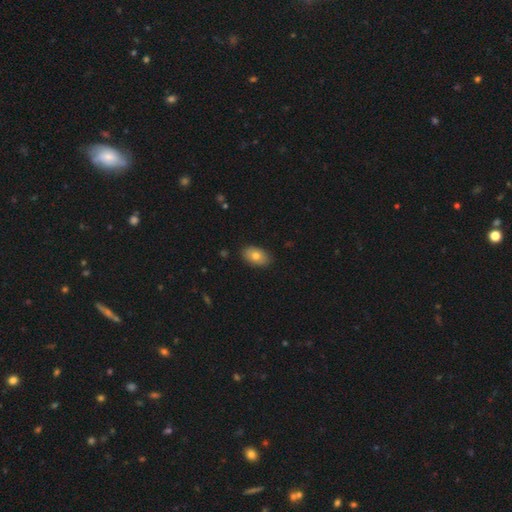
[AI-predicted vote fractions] Smooth or featured? Predicted: smooth (p=0.76). How rounded? Predicted: in between (p=0.89). Merging? Predicted: none (p=0.88).